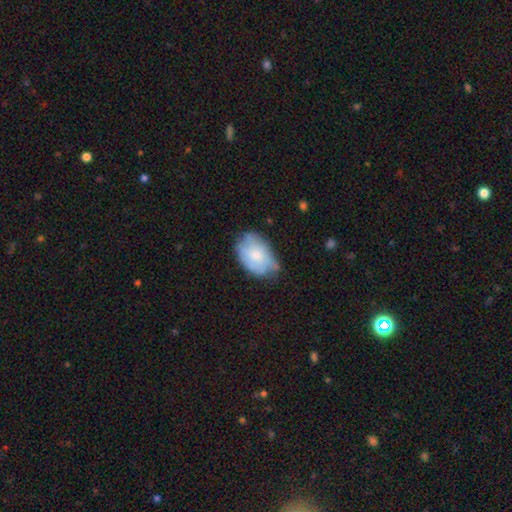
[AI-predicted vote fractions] Smooth or featured? smooth (62%)
How rounded? in between (88%)
Merging? none (50%)